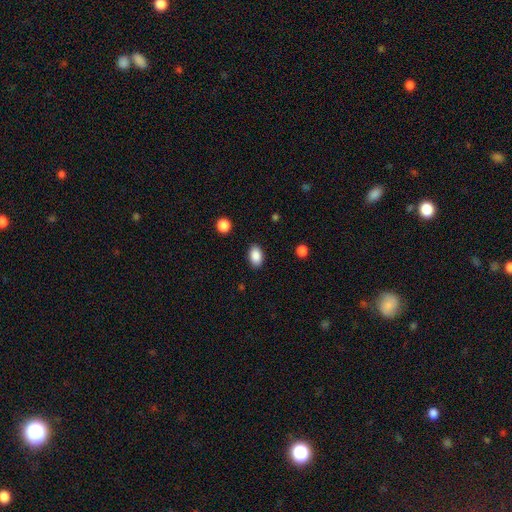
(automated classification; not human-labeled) This appears to be a smooth galaxy with no disk features (89%) that is in between round and cigar-shaped (90%). Merging: none (88%).